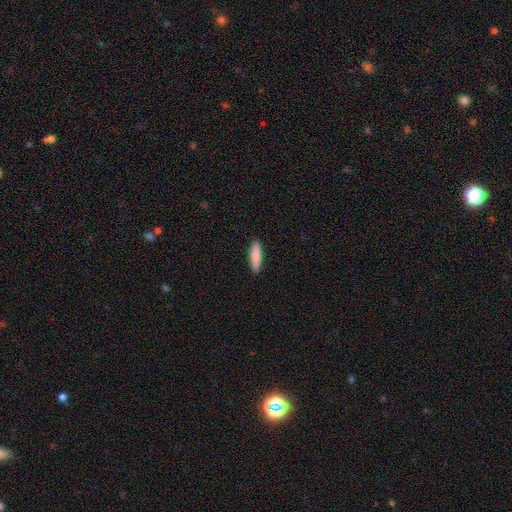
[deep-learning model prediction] smooth 85%, featured or disk 9%, star or artifact 5%. Down the decision tree: how rounded — cigar-shaped (62%); merging — none (91%).